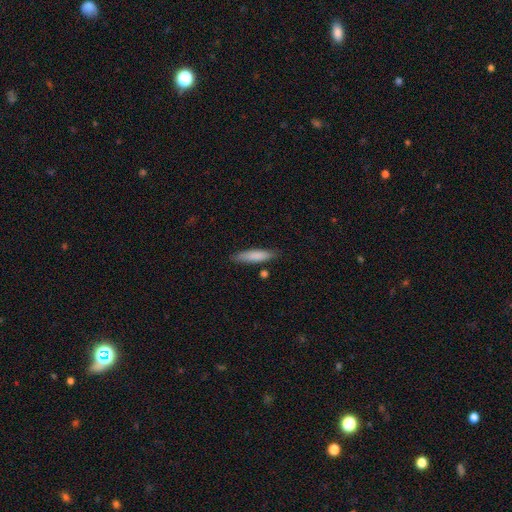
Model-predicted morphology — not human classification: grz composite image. It shows a smooth galaxy with no disk features (83%) that is cigar-shaped (76%). Merging: none (82%).